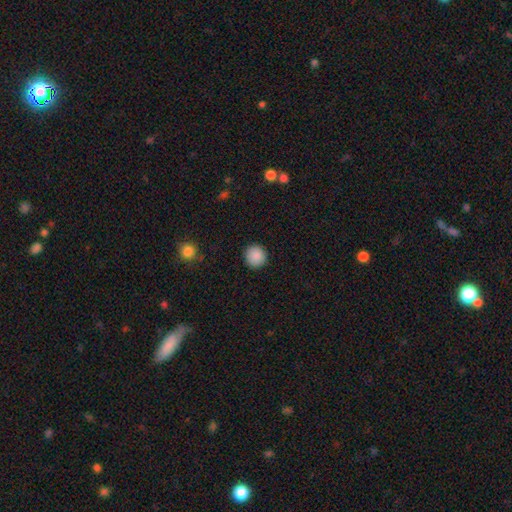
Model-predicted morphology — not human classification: Smooth or featured? Predicted: smooth (p=0.89). How rounded? Predicted: round (p=0.94). Merging? Predicted: none (p=0.91).